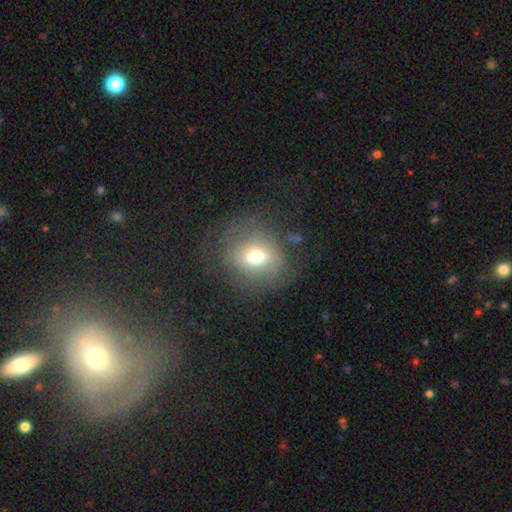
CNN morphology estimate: smooth_or_featured: smooth (p=0.56) [alt: featured or disk p=0.31]
how_rounded: round (p=0.66) [alt: in between p=0.33]
merging: none (p=0.63) [alt: minor disturbance p=0.18]